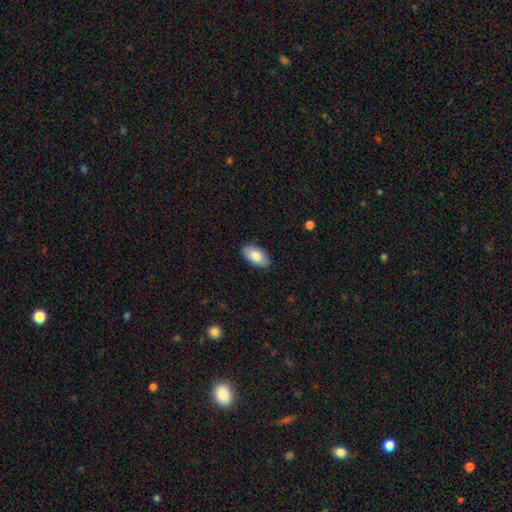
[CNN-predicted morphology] Q: Smooth or featured?
A: smooth (82%); runner-up: featured or disk (12%)
Q: How rounded?
A: in between (95%); runner-up: round (3%)
Q: Merging?
A: none (88%); runner-up: minor disturbance (9%)